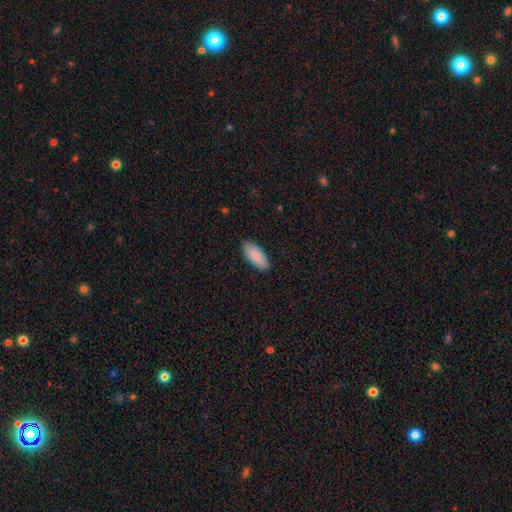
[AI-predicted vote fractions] smooth-or-featured: smooth: 89% | featured or disk: 6% | star or artifact: 6%
  how-rounded: in between: 87% | cigar-shaped: 12% | round: 2%
  merging: none: 85% | minor disturbance: 12% | major disturbance: 2% | merger: 1%